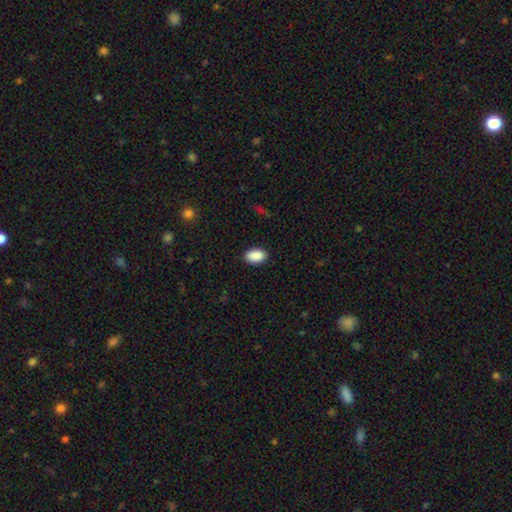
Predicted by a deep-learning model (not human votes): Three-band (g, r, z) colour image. It shows a smooth galaxy with no disk features (90%) that is in between round and cigar-shaped (91%). Merging: none (88%).